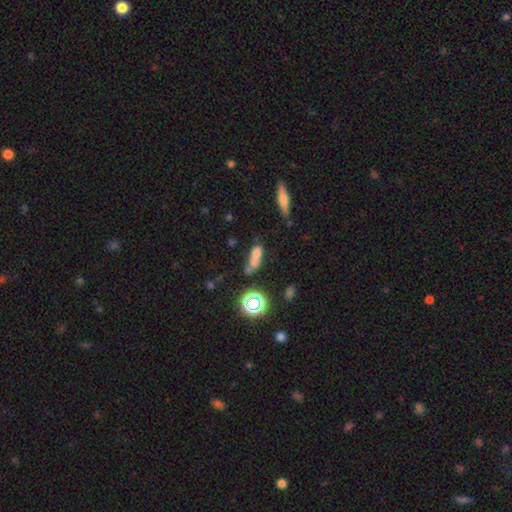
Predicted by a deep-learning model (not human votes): This is likely a smooth galaxy (61%). How rounded: possibly in between (57%). Merging: marginally merger (36%).